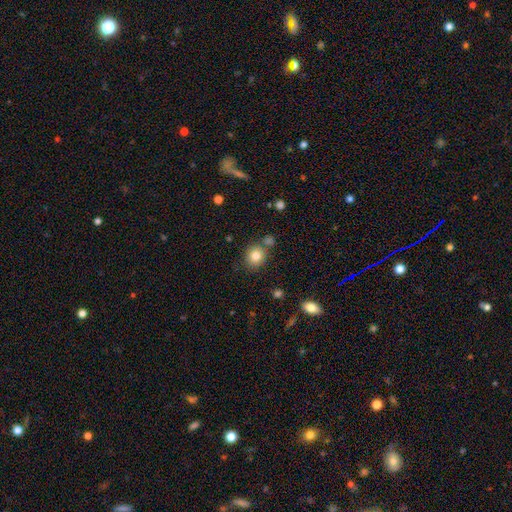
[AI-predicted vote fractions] This appears to be a smooth galaxy with no disk features (82%) that is round (79%). Merging: none (74%).